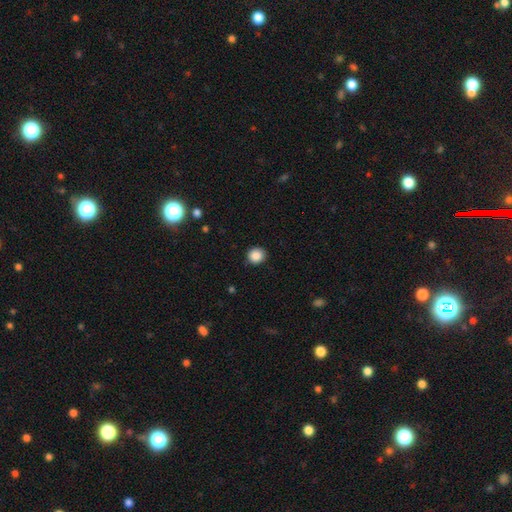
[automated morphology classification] Smooth or featured? smooth (88%)
How rounded? round (88%)
Merging? none (90%)